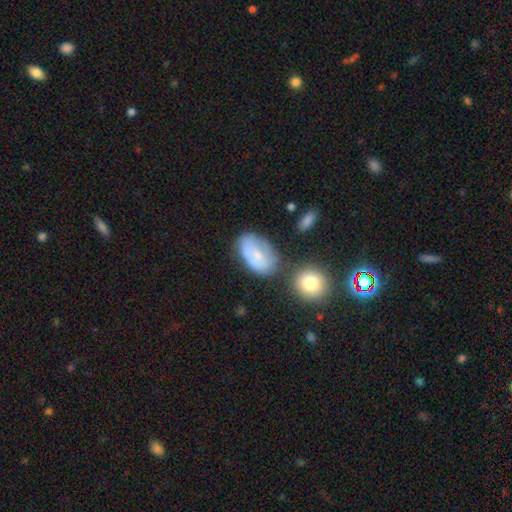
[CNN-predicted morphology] Smooth or featured: smooth — 58% (featured or disk — 34%)
How rounded: in between — 89% (round — 9%)
Merging: none — 48% (minor disturbance — 27%)